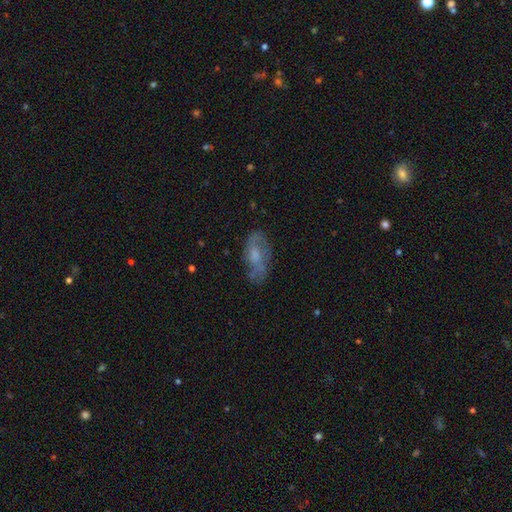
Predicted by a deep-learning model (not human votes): A featured or disk galaxy (48%).

Vote fractions:
- Smooth or featured? featured or disk: 48% / smooth: 44% / star or artifact: 9%
- Merging? none: 60% / minor disturbance: 25% / major disturbance: 13% / merger: 3%